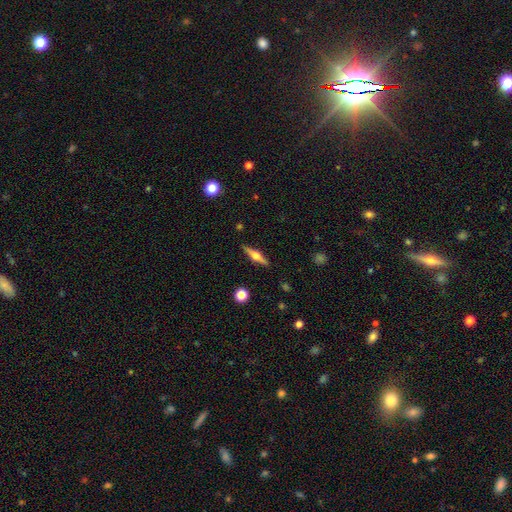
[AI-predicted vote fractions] This appears to be a featured or disk galaxy (72%) viewed edge-on (97%) with a rounded central bulge (93%). Merging: none (90%).